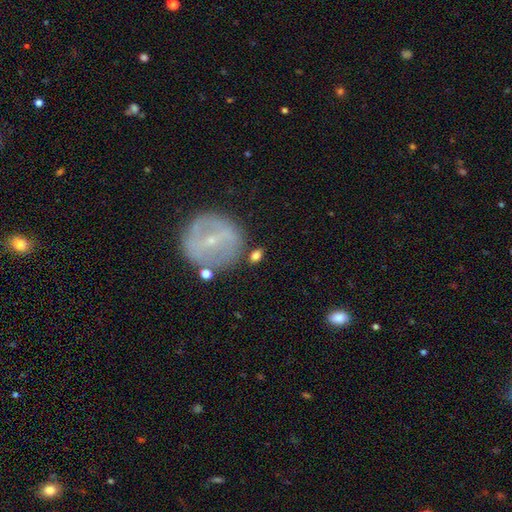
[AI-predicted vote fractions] Overall: smooth (72%). How rounded: in between (61%; round 36%). Merging: none (76%).